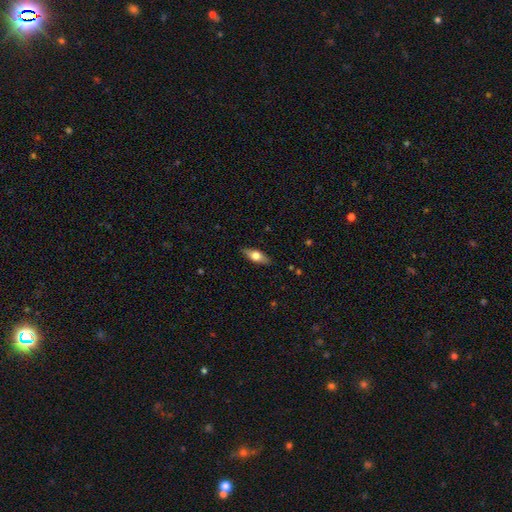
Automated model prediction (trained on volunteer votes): The model was most divided on "smooth or featured": smooth: 56%, featured or disk: 38%, star or artifact: 6%. More confident: merging — none (86%); how rounded — in between (66%).